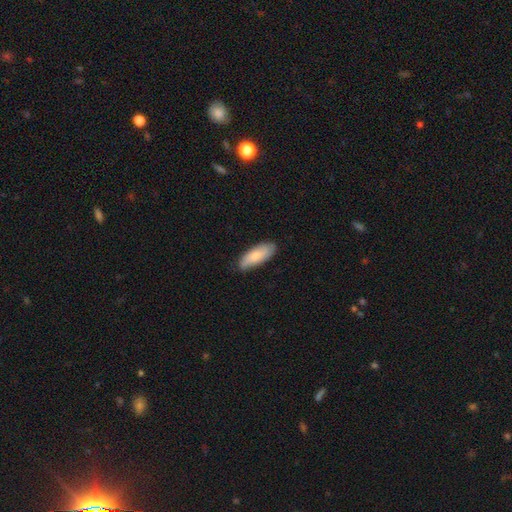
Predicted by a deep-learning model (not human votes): Overall: smooth (78%). How rounded: in between (73%). Merging: none (79%).